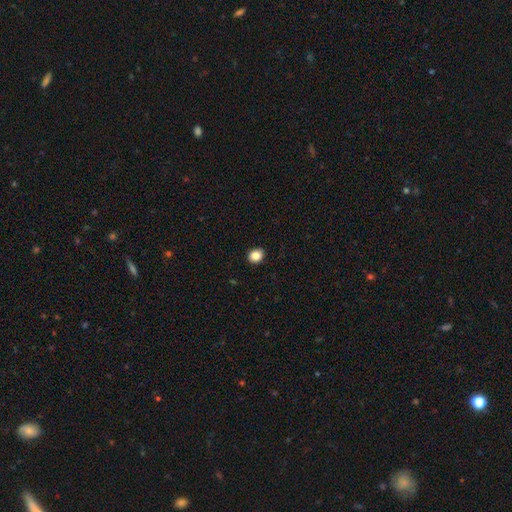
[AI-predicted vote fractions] Overall: smooth (86%). How rounded: round (59%; in between 40%). Merging: none (91%).